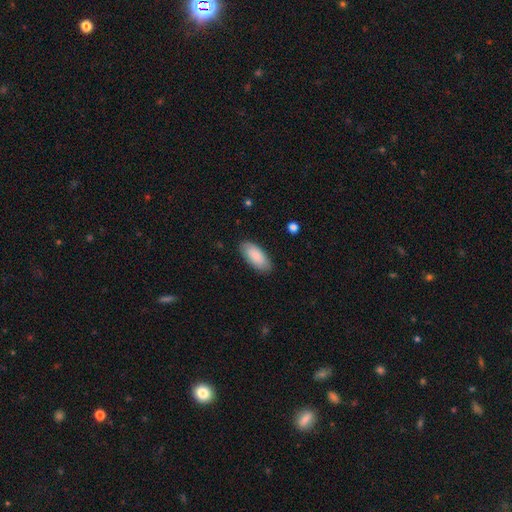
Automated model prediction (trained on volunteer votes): Smooth or featured? Predicted: smooth (p=0.85). How rounded? Predicted: in between (p=0.90). Merging? Predicted: none (p=0.85).